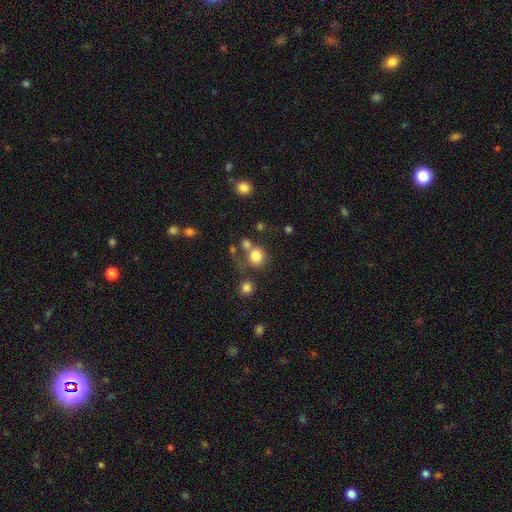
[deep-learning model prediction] A smooth galaxy with no disk features (80%) that is round (85%). Merging: none (59%).